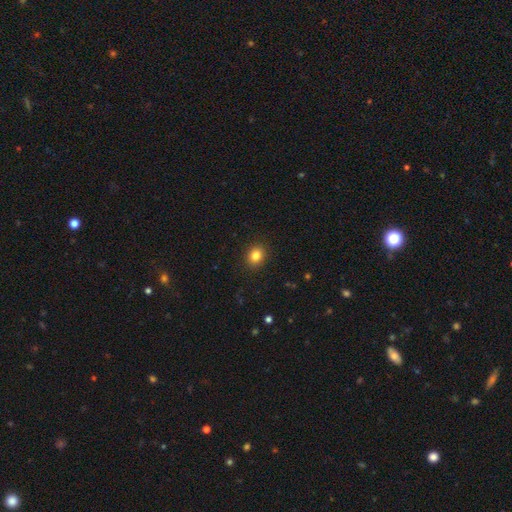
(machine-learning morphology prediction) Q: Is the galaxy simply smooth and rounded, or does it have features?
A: smooth — 83%.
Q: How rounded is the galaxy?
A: round — 63%.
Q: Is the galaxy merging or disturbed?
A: none — 91%.